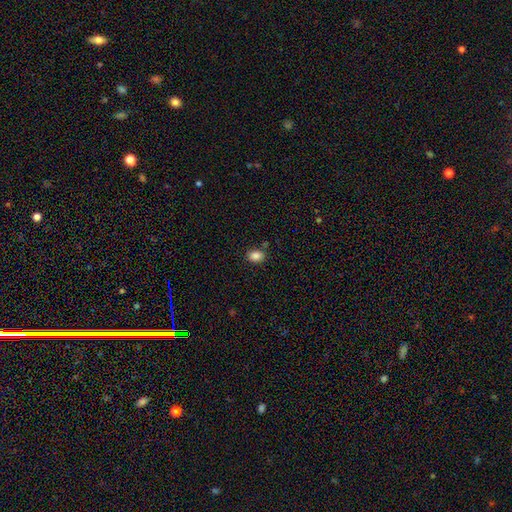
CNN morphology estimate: Smooth or featured? smooth (86%)
How rounded? in between (70%)
Merging? none (81%)